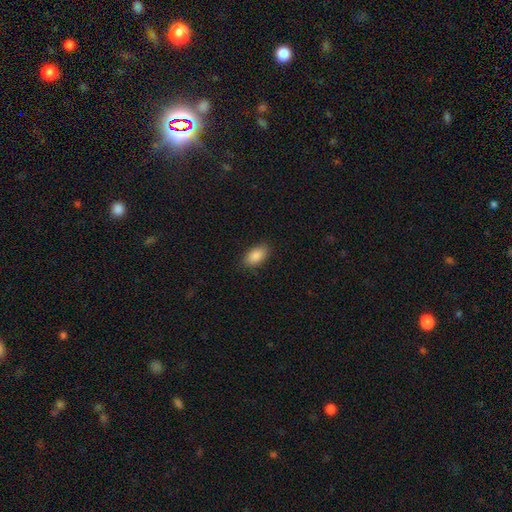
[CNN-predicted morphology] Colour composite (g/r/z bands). It shows a smooth galaxy with no disk features (88%) that is in between round and cigar-shaped (93%). Merging: none (87%).